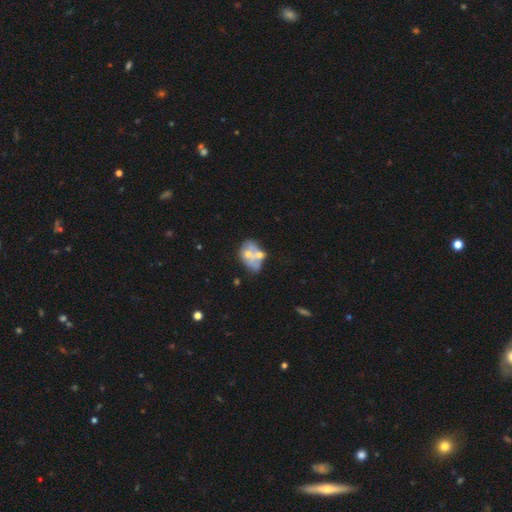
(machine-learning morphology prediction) A featured or disk galaxy (53%) with no bar (91%), no spiral arms (90%) and a moderate central bulge (46%).

Vote fractions:
- Smooth or featured? featured or disk: 53% / smooth: 38% / star or artifact: 9%
- Edge-on disk? no: 97% / yes: 3%
- Bar? no: 91% / weak: 7% / strong: 2%
- Spiral arms? no: 90% / yes: 10%
- Bulge size? moderate: 46% / small: 35% / none: 15% / large: 3% / dominant: 2%
- Merging? merger: 40% / none: 29% / minor disturbance: 18% / major disturbance: 14%